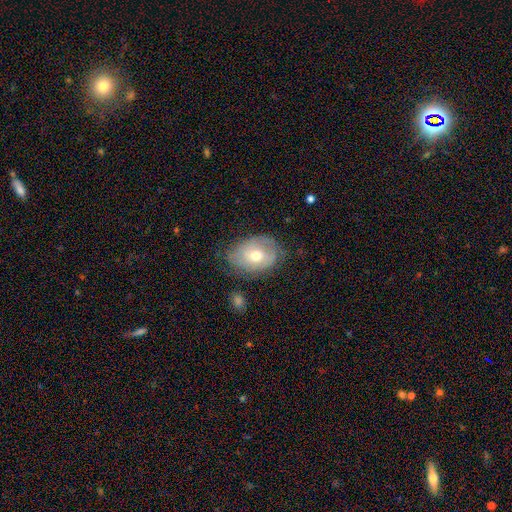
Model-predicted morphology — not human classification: smooth_or_featured: featured or disk (p=0.55) [alt: smooth p=0.38]
disk_edge_on: no (p=0.94) [alt: yes p=0.06]
bar: no (p=0.75) [alt: weak p=0.21]
has_spiral_arms: yes (p=0.65) [alt: no p=0.35]
bulge_size: moderate (p=0.70) [alt: small p=0.24]
merging: none (p=0.66) [alt: minor disturbance p=0.24]